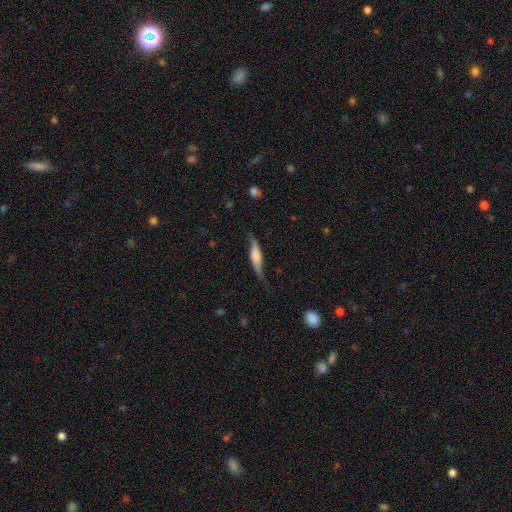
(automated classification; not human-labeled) This is possibly a featured or disk galaxy (58%). It is possibly viewed edge-on (55%). Merging: possibly none (58%).